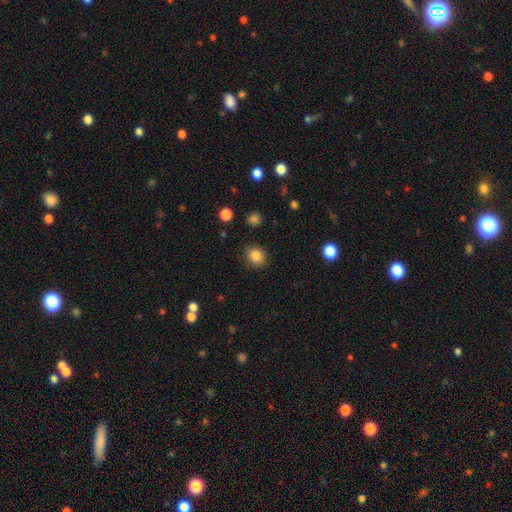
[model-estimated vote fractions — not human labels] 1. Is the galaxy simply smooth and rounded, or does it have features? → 85% smooth, 11% star or artifact, 4% featured or disk.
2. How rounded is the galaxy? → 77% round, 22% in between, 1% cigar-shaped.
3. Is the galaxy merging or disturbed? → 89% none, 7% minor disturbance, 3% major disturbance, 1% merger.